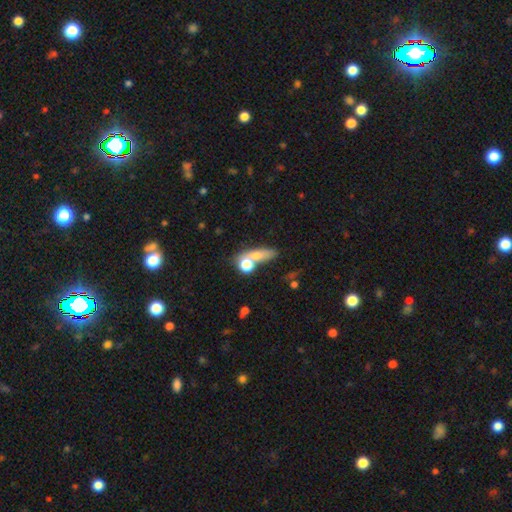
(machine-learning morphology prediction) type=smooth (66%); roundness=cigar-shaped (38%); merging=none (54%).